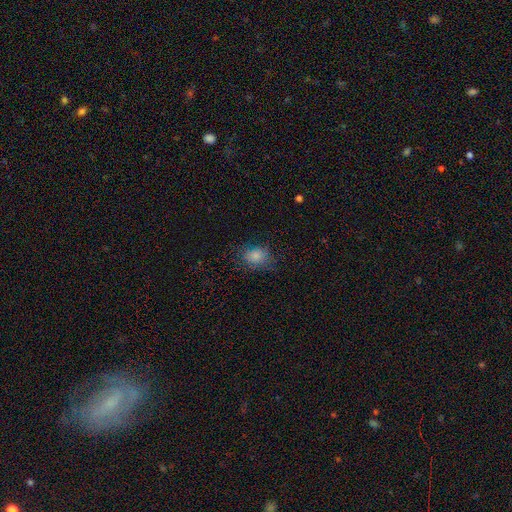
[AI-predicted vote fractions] smooth-or-featured: smooth: 78% | star or artifact: 13% | featured or disk: 10%
  how-rounded: round: 54% | in between: 45% | cigar-shaped: 1%
  merging: none: 68% | minor disturbance: 21% | major disturbance: 10% | merger: 1%